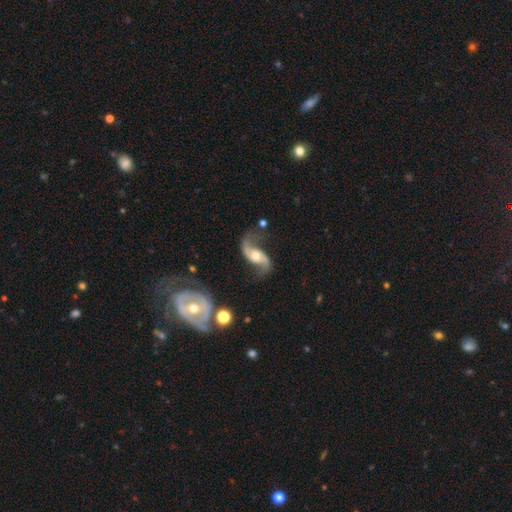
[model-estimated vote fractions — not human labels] The model was most divided on "bar": no: 56%, weak: 30%, strong: 13%. More confident: edge-on disk — no (97%); spiral arms — yes (96%); spiral arm count — 2 (94%); smooth or featured — featured or disk (89%); spiral winding — loose (78%); merging — none (70%); bulge size — moderate (62%).